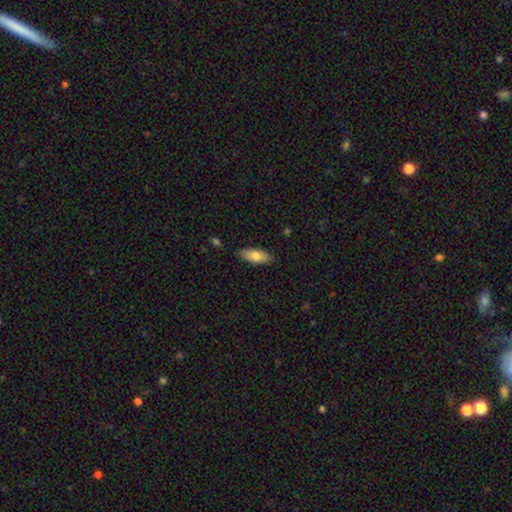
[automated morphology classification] Smooth or featured?
  - smooth: 78% *
  - featured or disk: 16%
  - star or artifact: 6%
How rounded?
  - in between: 85% *
  - cigar-shaped: 13%
  - round: 2%
Merging?
  - none: 83% *
  - minor disturbance: 13%
  - major disturbance: 2%
  - merger: 1%